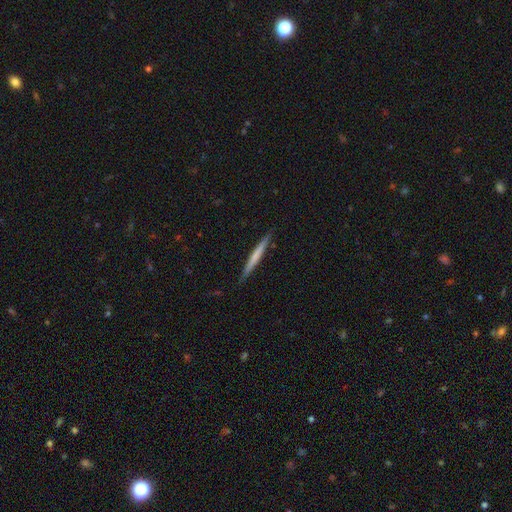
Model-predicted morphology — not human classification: This is possibly a featured or disk galaxy (48%). Merging: clearly none (90%).